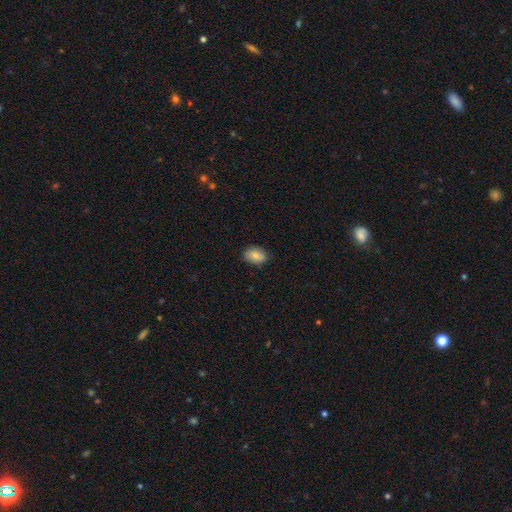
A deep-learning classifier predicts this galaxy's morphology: type=smooth (81%); roundness=in between (86%); merging=none (82%).